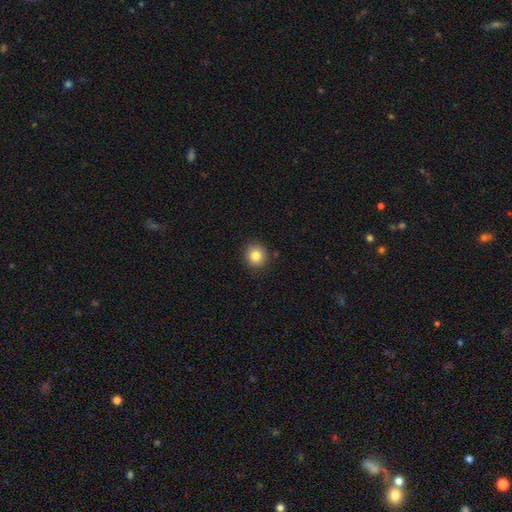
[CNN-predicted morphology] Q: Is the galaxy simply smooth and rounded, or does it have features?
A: smooth — 83%.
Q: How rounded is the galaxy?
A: round — 91%.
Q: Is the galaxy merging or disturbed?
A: none — 90%.